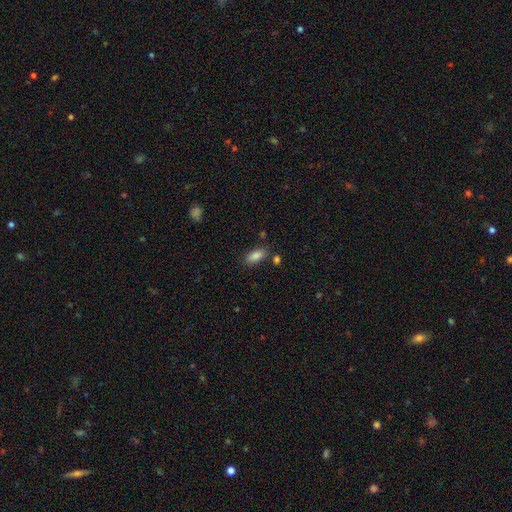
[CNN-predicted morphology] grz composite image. It shows a smooth galaxy with no disk features (86%) that is in between round and cigar-shaped (86%). Merging: none (79%).